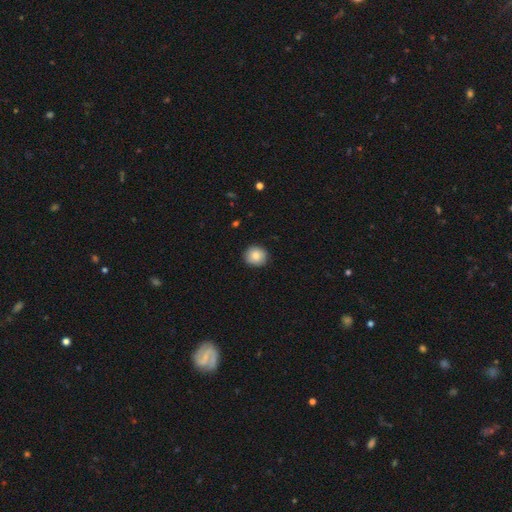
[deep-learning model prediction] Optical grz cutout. It shows a smooth galaxy with no disk features (85%) that is round (87%). Merging: none (90%).